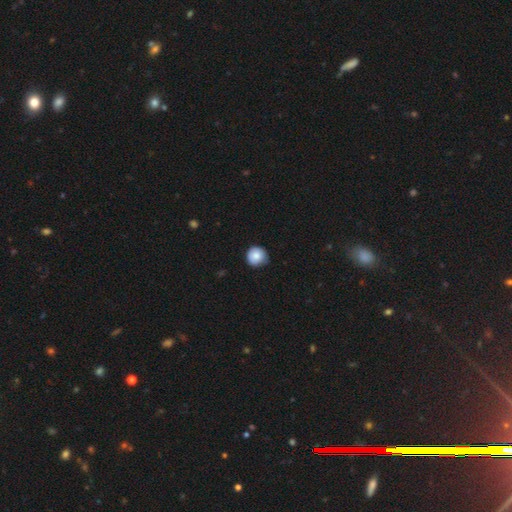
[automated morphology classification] A smooth galaxy with no disk features (84%) that is round (93%). Merging: none (76%).